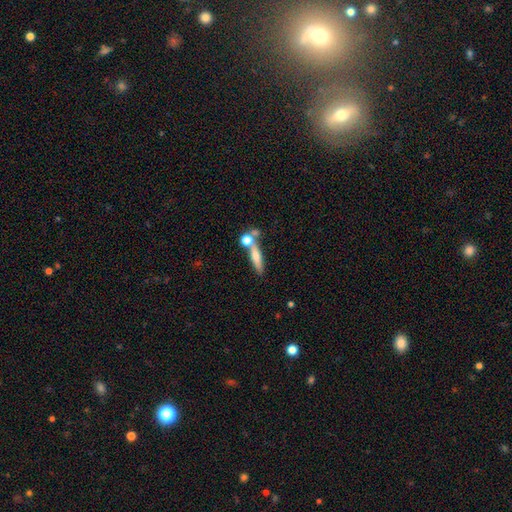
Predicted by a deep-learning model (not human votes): Q: Smooth or featured?
A: smooth (58%); runner-up: featured or disk (33%)
Q: How rounded?
A: cigar-shaped (71%); runner-up: in between (21%)
Q: Merging?
A: none (55%); runner-up: merger (27%)